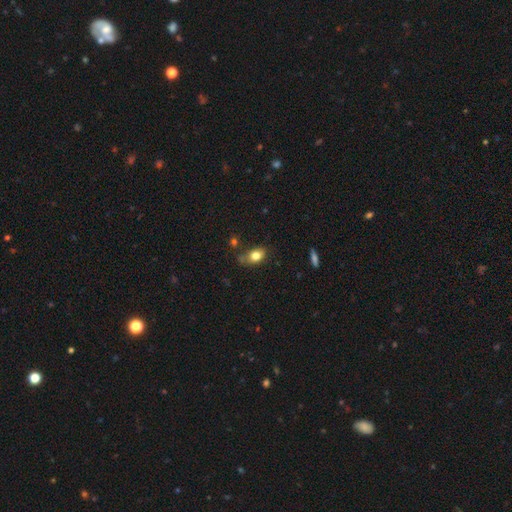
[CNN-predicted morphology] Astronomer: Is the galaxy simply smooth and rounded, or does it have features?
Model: smooth — 79%.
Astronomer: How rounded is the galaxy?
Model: in between — 77%.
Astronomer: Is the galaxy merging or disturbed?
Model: none — 57%.